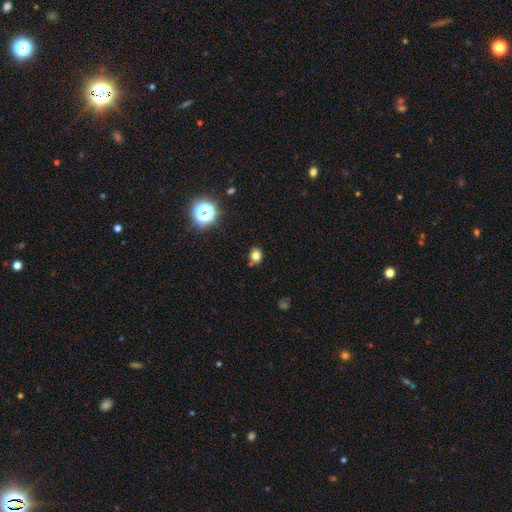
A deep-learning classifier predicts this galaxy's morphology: type=smooth (77%); roundness=round (65%); merging=none (81%).